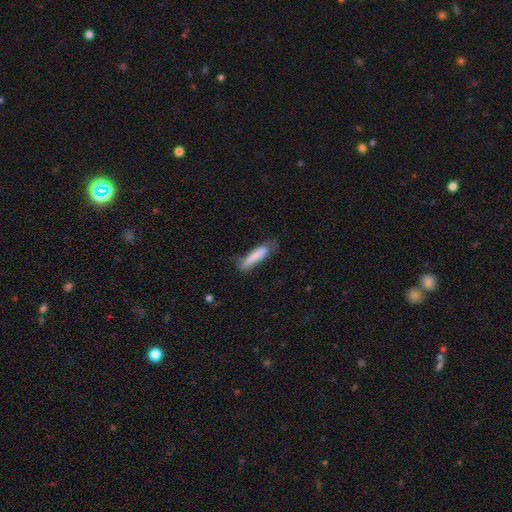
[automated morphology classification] The model was most divided on "merging": none: 63%, minor disturbance: 27%, major disturbance: 8%, merger: 2%. More confident: smooth or featured — smooth (82%); how rounded — cigar-shaped (80%).